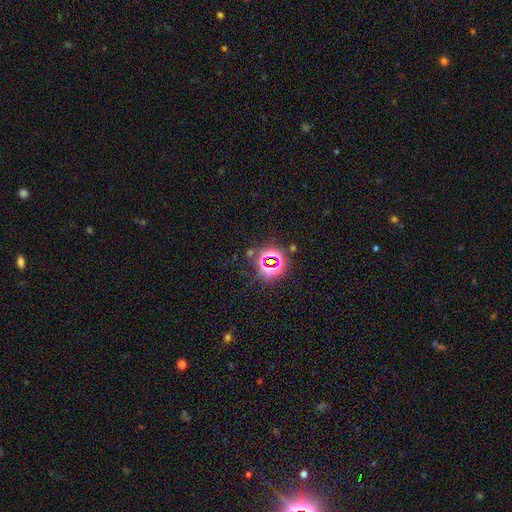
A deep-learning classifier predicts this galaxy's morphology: This is likely a star or artifact rather than a galaxy (80%).